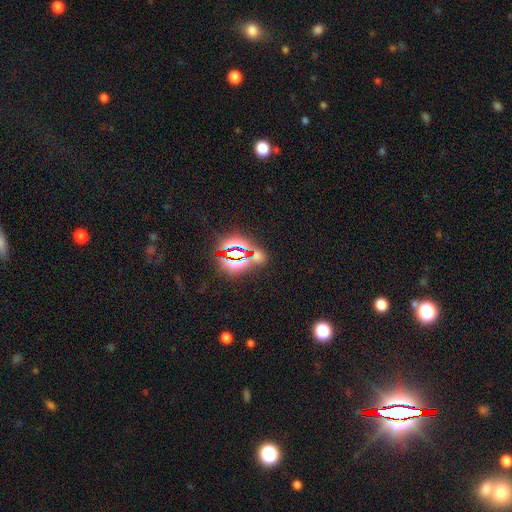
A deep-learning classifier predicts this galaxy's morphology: Overall: star or artifact (69%).